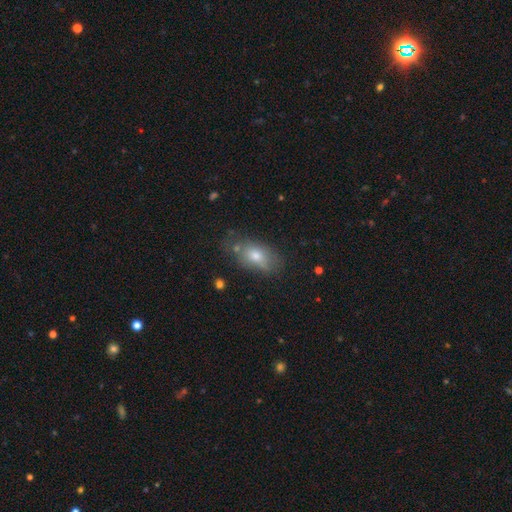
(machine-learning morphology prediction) type=smooth (69%); roundness=in between (85%); merging=none (62%).